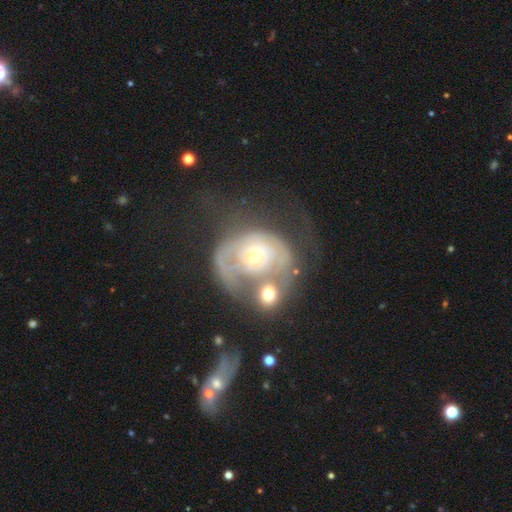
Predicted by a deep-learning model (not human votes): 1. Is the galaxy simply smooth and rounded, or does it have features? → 69% featured or disk, 23% smooth, 9% star or artifact.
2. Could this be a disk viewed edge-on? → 96% no, 4% yes.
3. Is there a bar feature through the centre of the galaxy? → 83% no, 13% weak, 4% strong.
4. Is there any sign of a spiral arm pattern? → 60% yes, 40% no.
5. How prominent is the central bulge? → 51% small, 41% moderate, 4% large, 2% none, 2% dominant.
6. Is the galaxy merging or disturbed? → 41% merger, 28% major disturbance, 20% none, 11% minor disturbance.